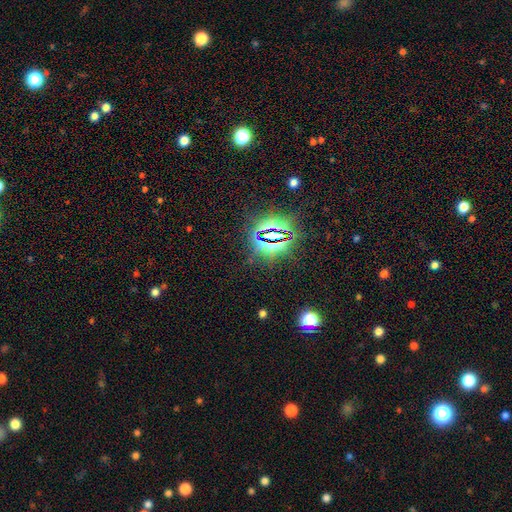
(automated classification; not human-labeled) star or artifact 80%, smooth 11%, featured or disk 8%.